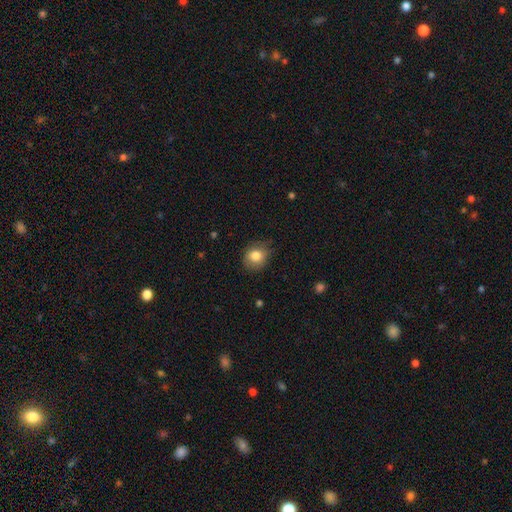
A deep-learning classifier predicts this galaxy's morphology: A smooth galaxy with no disk features (82%) that is round (69%).

Vote fractions:
- Smooth or featured? smooth: 82% / featured or disk: 9% / star or artifact: 9%
- How rounded? round: 69% / in between: 30% / cigar-shaped: 1%
- Merging? none: 72% / minor disturbance: 22% / major disturbance: 5% / merger: 1%